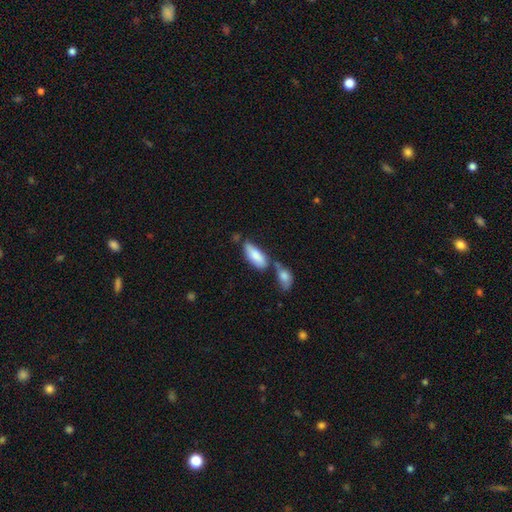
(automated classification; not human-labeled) Q: Smooth or featured?
A: smooth (80%); runner-up: featured or disk (14%)
Q: How rounded?
A: in between (78%); runner-up: cigar-shaped (20%)
Q: Merging?
A: none (43%); runner-up: merger (33%)